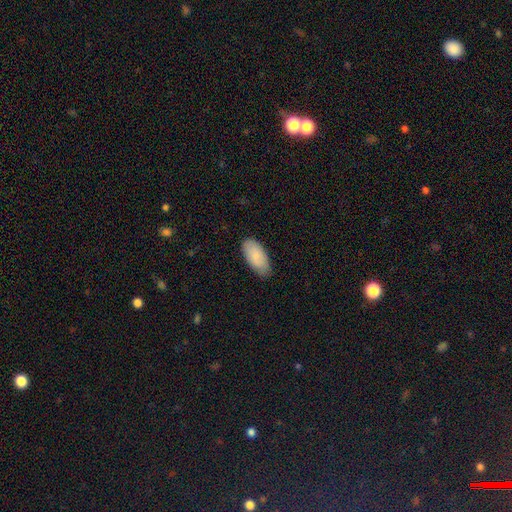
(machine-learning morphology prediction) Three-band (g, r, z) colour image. It shows a smooth galaxy with no disk features (87%) that is in between round and cigar-shaped (93%). Merging: none (78%).